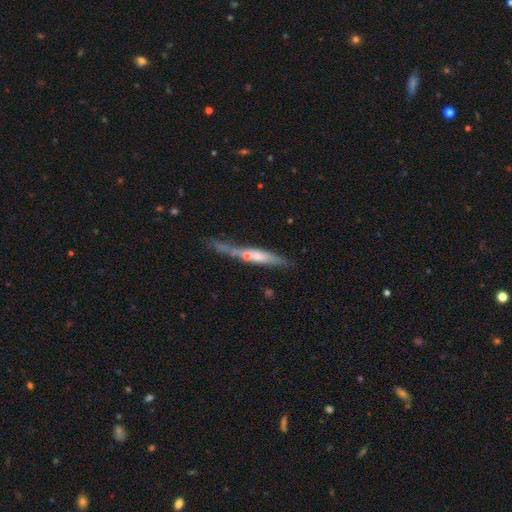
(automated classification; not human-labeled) featured or disk 58%, smooth 35%, star or artifact 7%. Down the decision tree: edge-on disk — yes (86%); merging — none (58%).